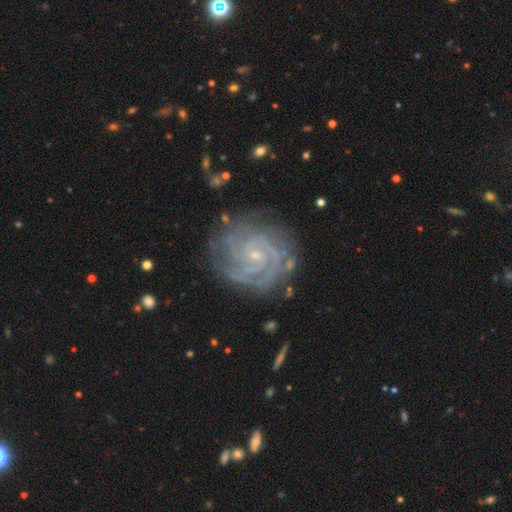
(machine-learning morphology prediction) Smooth or featured: featured or disk — 90% (star or artifact — 6%)
Edge-on disk: no — 98% (yes — 2%)
Bar: no — 63% (weak — 29%)
Spiral arms: yes — 98% (no — 2%)
Spiral winding: tight — 78% (medium — 20%)
Spiral arm count: 2 — 26% (3 — 24%)
Bulge size: small — 84% (moderate — 11%)
Merging: none — 77% (minor disturbance — 16%)